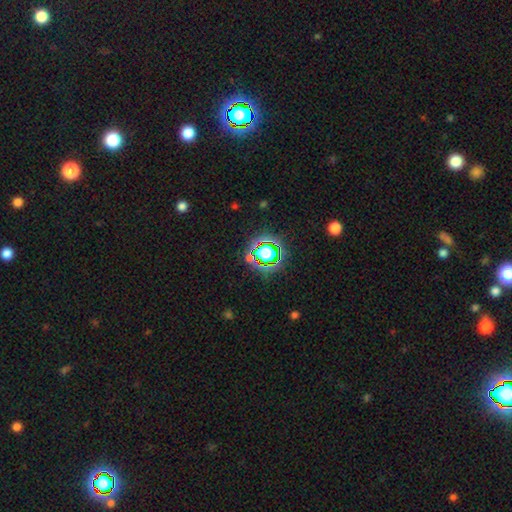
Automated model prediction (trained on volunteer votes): The model was most divided on "smooth or featured": star or artifact: 72%, smooth: 19%, featured or disk: 9%.